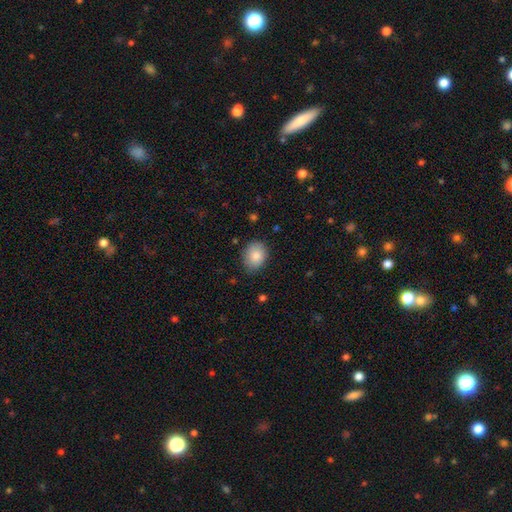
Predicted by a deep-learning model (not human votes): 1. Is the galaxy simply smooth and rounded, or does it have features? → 86% smooth, 8% star or artifact, 6% featured or disk.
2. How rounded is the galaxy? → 56% in between, 43% round, 1% cigar-shaped.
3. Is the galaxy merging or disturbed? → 79% none, 16% minor disturbance, 3% major disturbance, 1% merger.